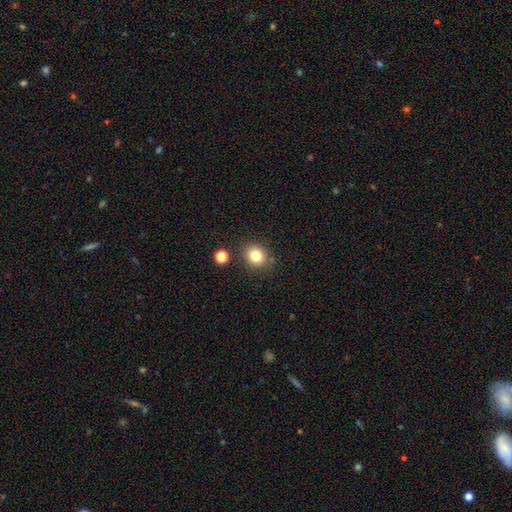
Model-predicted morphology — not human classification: This appears to be a smooth galaxy with no disk features (82%) that is round (66%). Merging: none (81%).